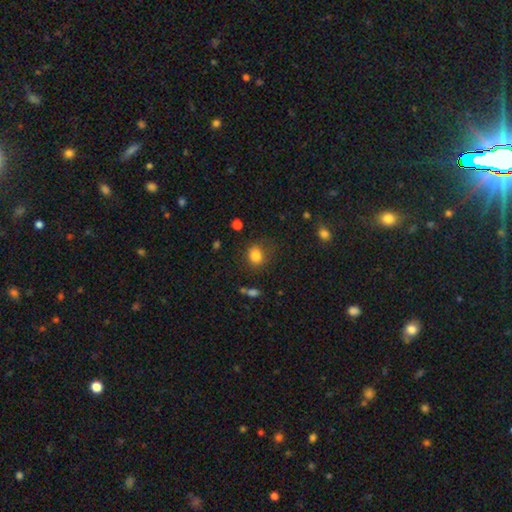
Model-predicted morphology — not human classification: The model was most divided on "how rounded": round: 58%, in between: 41%, cigar-shaped: 1%. More confident: smooth or featured — smooth (83%); merging — none (73%).